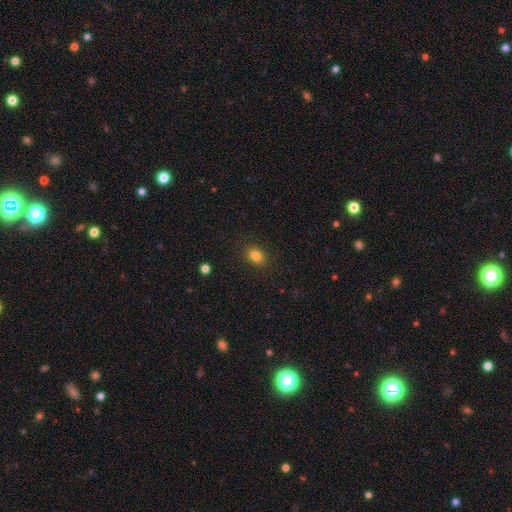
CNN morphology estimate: A smooth galaxy with no disk features (82%) that is in between round and cigar-shaped (62%). Merging: none (87%).